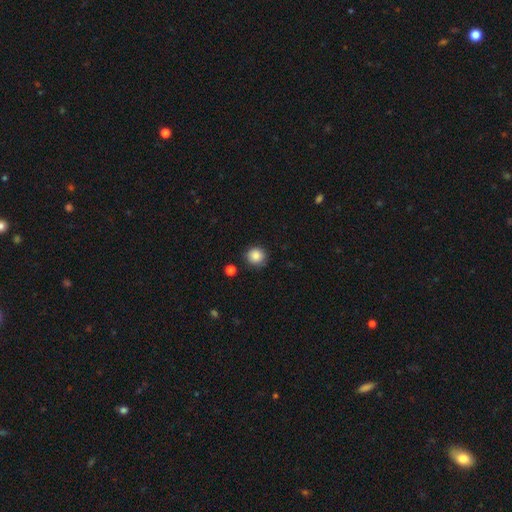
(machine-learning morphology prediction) Smooth or featured? smooth (86%)
How rounded? round (91%)
Merging? none (83%)